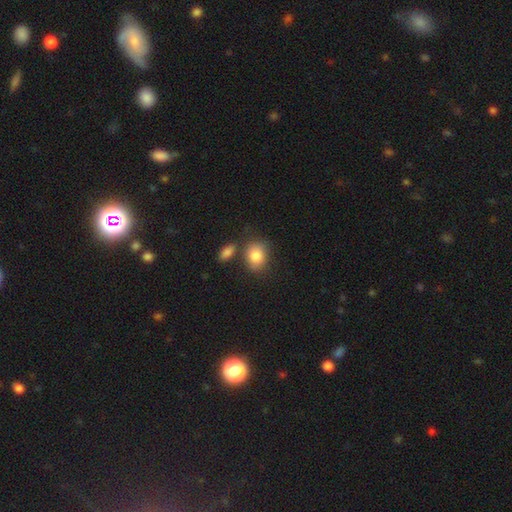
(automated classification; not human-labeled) Overall: smooth (84%). How rounded: in between (56%; round 42%). Merging: none (64%).